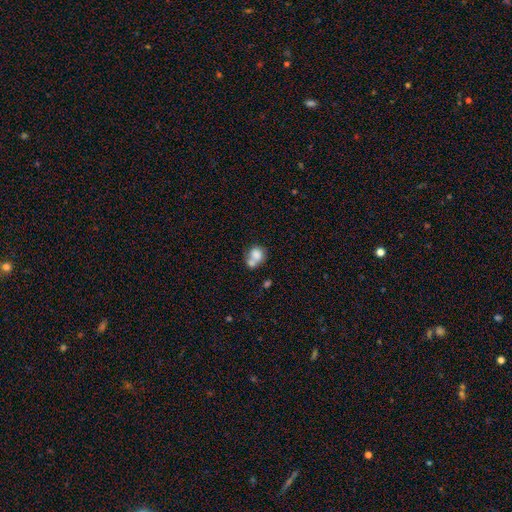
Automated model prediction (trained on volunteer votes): Smooth or featured?
  - smooth: 75% *
  - featured or disk: 16%
  - star or artifact: 9%
How rounded?
  - round: 60% *
  - in between: 39%
  - cigar-shaped: 1%
Merging?
  - merger: 59% *
  - none: 25%
  - minor disturbance: 10%
  - major disturbance: 6%